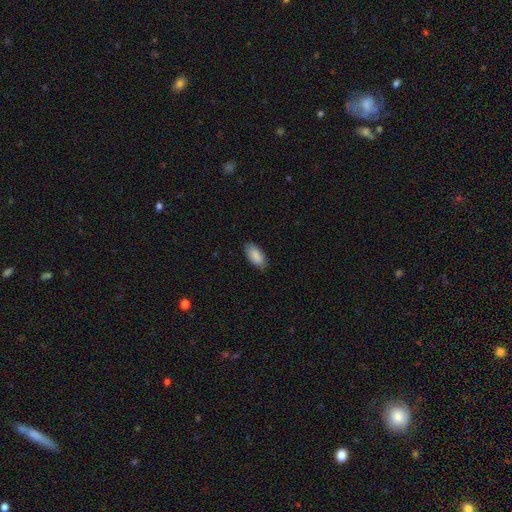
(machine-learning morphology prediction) Smooth or featured? Predicted: smooth (p=0.88). How rounded? Predicted: in between (p=0.91). Merging? Predicted: none (p=0.82).